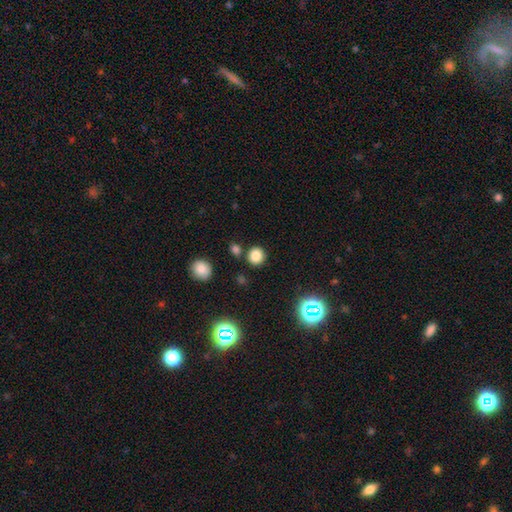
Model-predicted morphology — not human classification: smooth_or_featured: smooth (p=0.81) [alt: star or artifact p=0.13]
how_rounded: round (p=0.87) [alt: in between p=0.12]
merging: none (p=0.83) [alt: minor disturbance p=0.08]